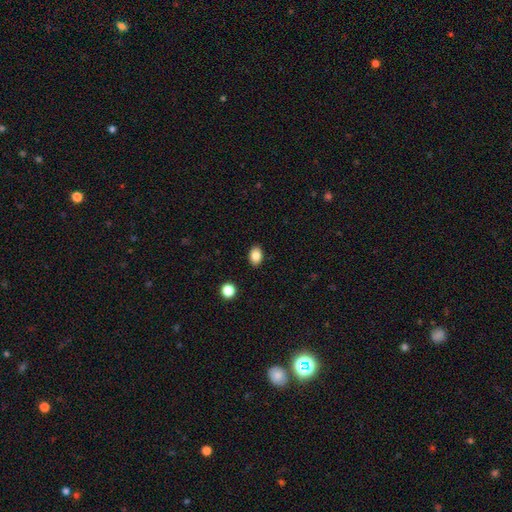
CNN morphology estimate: smooth 84%, star or artifact 9%, featured or disk 6%. Down the decision tree: how rounded — in between (78%); merging — none (89%).